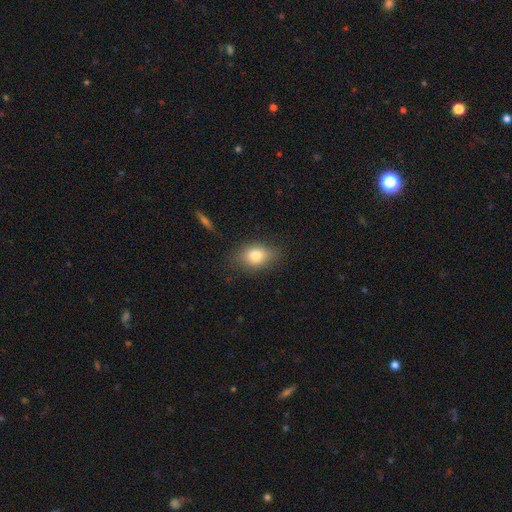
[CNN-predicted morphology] This is likely a smooth galaxy (79%). How rounded: likely in between (76%). Merging: likely none (79%).